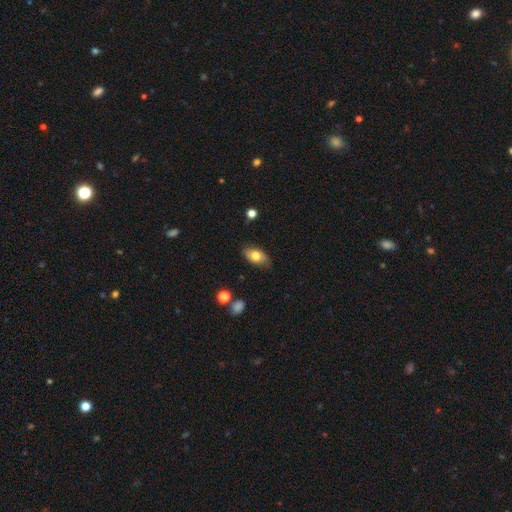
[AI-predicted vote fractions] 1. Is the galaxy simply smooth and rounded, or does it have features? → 75% smooth, 17% featured or disk, 8% star or artifact.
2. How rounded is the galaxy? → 91% in between, 7% round, 3% cigar-shaped.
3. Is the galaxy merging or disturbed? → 80% none, 16% minor disturbance, 3% major disturbance, 1% merger.